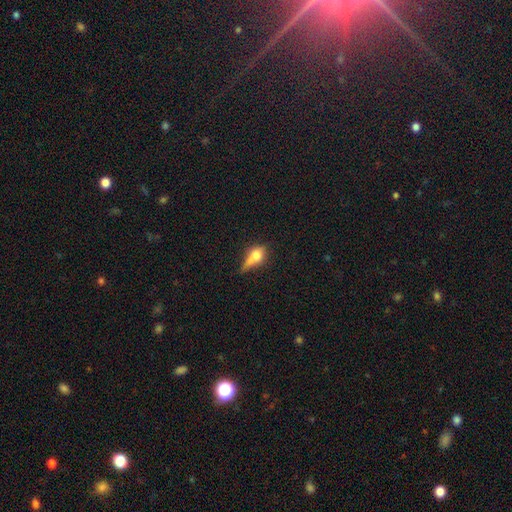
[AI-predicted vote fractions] Smooth or featured?
  - smooth: 61% *
  - featured or disk: 27%
  - star or artifact: 12%
How rounded?
  - in between: 55% *
  - round: 28%
  - cigar-shaped: 17%
Merging?
  - none: 30% *
  - merger: 27%
  - minor disturbance: 22%
  - major disturbance: 21%